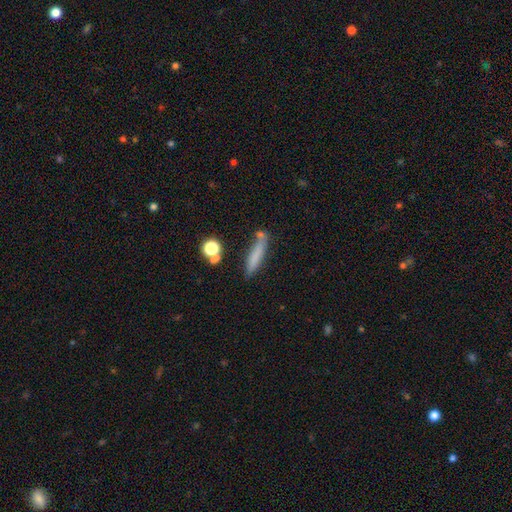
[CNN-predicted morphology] The model was most divided on "merging": none: 68%, minor disturbance: 16%, merger: 10%, major disturbance: 5%. More confident: how rounded — cigar-shaped (84%); smooth or featured — smooth (73%).